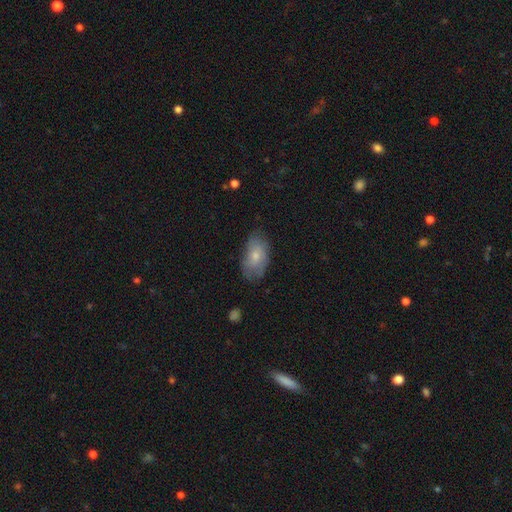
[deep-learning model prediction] Smooth or featured: smooth — 67% (featured or disk — 27%)
How rounded: in between — 93% (round — 5%)
Merging: none — 67% (minor disturbance — 25%)